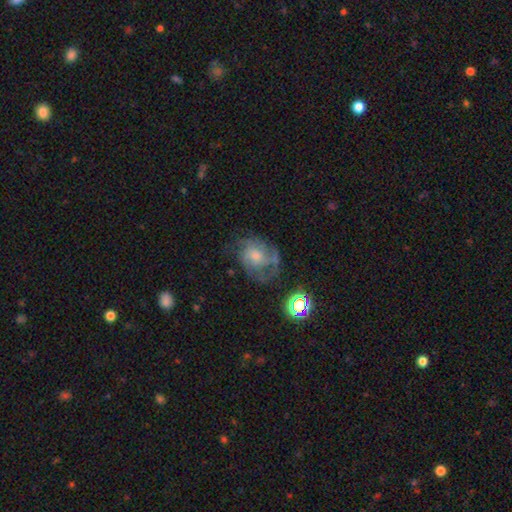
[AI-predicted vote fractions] Morphology: type=featured or disk (69%); edge-on=no (97%); bar=no (73%); spiral arms=yes (87%); winding=tight (43%); arm count=can't tell (33%); bulge=moderate (46%); merging=none (57%).